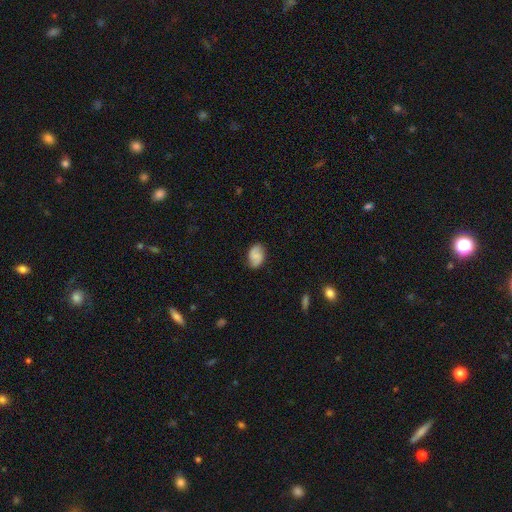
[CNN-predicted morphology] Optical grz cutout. It shows a smooth galaxy with no disk features (60%) that is in between round and cigar-shaped (83%). Merging: none (79%).